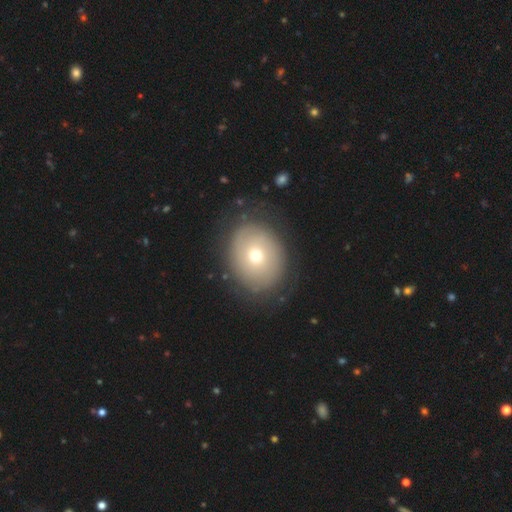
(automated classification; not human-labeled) Morphology: type=smooth (59%); roundness=round (59%); merging=none (79%).